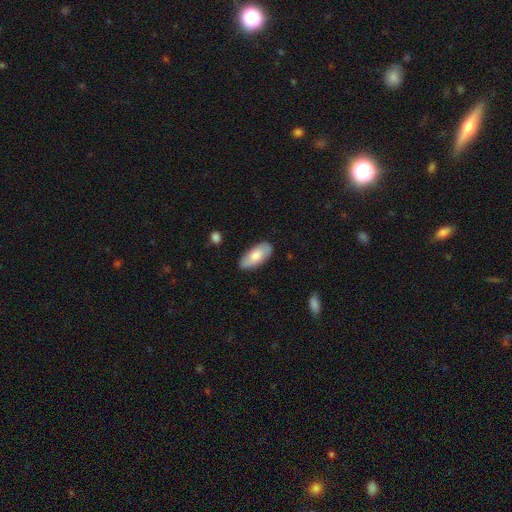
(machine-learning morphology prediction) type=smooth (73%); roundness=in between (90%); merging=none (83%).